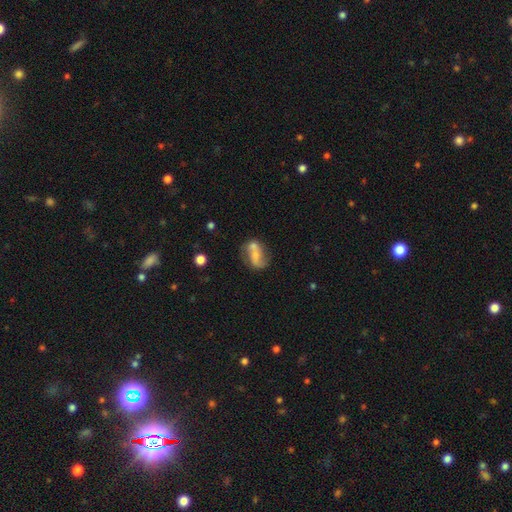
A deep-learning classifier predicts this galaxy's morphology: featured or disk 54%, smooth 37%, star or artifact 8%. Down the decision tree: edge-on disk — no (94%); bar — no (48%); spiral arms — yes (69%); bulge size — small (43%); merging — none (42%).